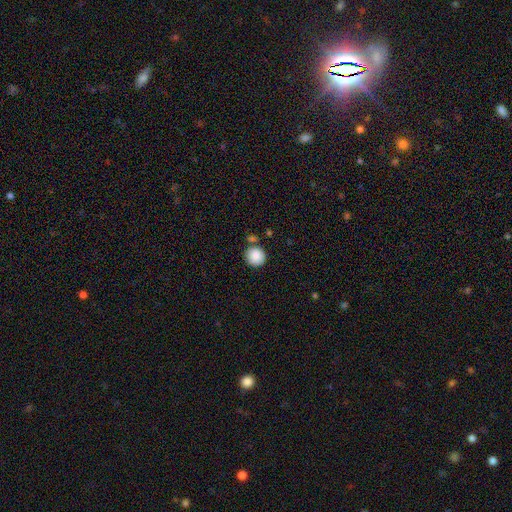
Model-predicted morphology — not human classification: Smooth or featured? smooth (88%)
How rounded? round (94%)
Merging? none (76%)